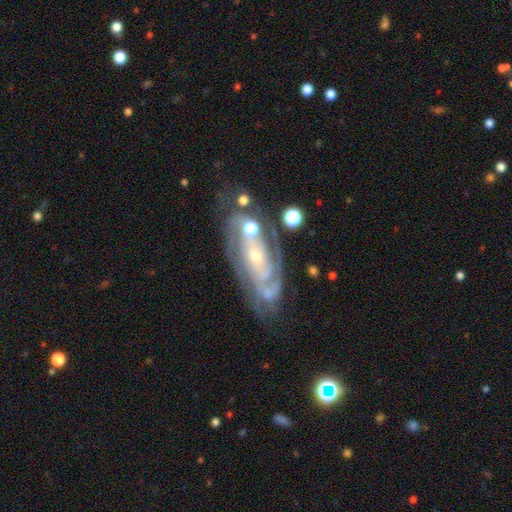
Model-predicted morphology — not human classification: Q: Smooth or featured?
A: featured or disk (86%); runner-up: star or artifact (7%)
Q: Edge-on disk?
A: no (92%); runner-up: yes (8%)
Q: Bar?
A: no (68%); runner-up: weak (22%)
Q: Spiral arms?
A: yes (95%); runner-up: no (5%)
Q: Spiral winding?
A: tight (67%); runner-up: medium (27%)
Q: Spiral arm count?
A: 2 (37%); runner-up: can't tell (26%)
Q: Bulge size?
A: small (71%); runner-up: moderate (25%)
Q: Merging?
A: none (65%); runner-up: minor disturbance (19%)